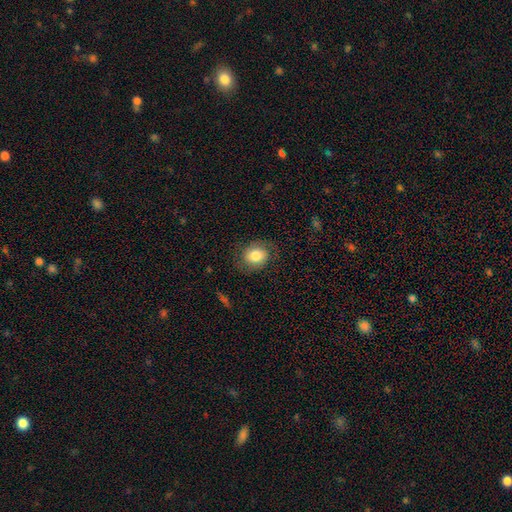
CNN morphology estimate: smooth_or_featured: smooth (p=0.72) [alt: featured or disk p=0.19]
how_rounded: round (p=0.58) [alt: in between p=0.41]
merging: none (p=0.77) [alt: minor disturbance p=0.16]